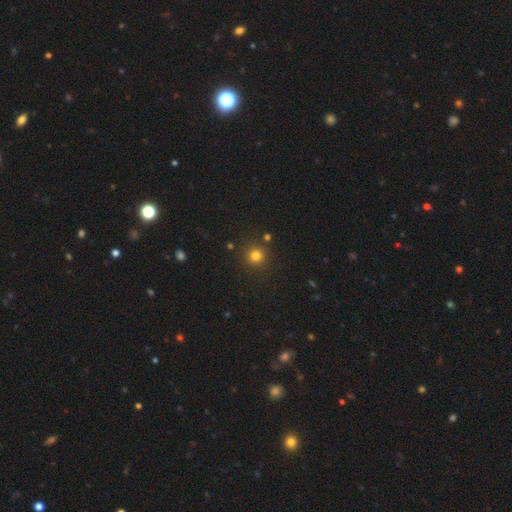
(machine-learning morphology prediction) This appears to be a smooth galaxy with no disk features (80%) that is round (92%). Merging: none (87%).